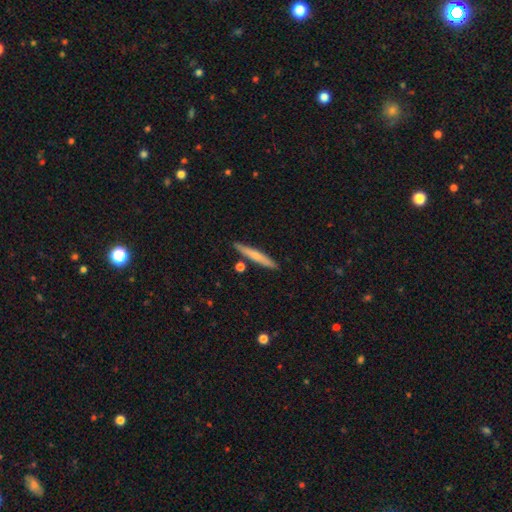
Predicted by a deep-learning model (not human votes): Smooth or featured? Predicted: smooth (p=0.58). How rounded? Predicted: cigar-shaped (p=0.94). Merging? Predicted: none (p=0.86).